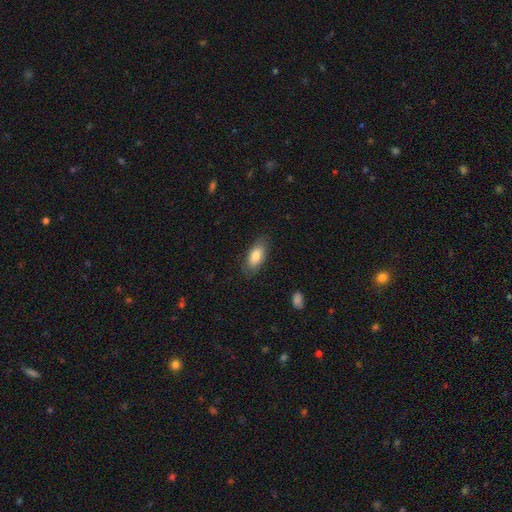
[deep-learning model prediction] Smooth or featured: smooth — 82% (featured or disk — 12%)
How rounded: in between — 87% (cigar-shaped — 10%)
Merging: none — 82% (minor disturbance — 13%)